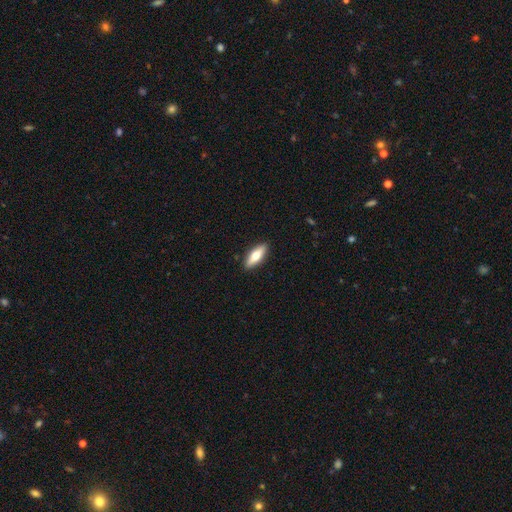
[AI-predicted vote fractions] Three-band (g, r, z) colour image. It shows a smooth galaxy with no disk features (65%) that is in between round and cigar-shaped (59%). Merging: none (89%).